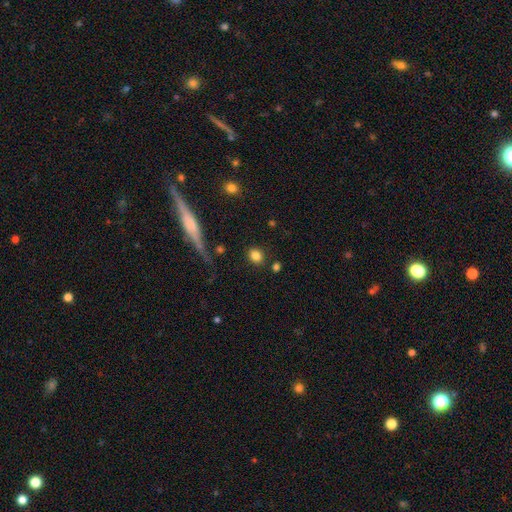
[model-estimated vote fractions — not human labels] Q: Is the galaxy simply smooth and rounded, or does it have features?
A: smooth — 83%.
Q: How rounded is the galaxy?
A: round — 66%.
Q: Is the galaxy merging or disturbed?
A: none — 85%.